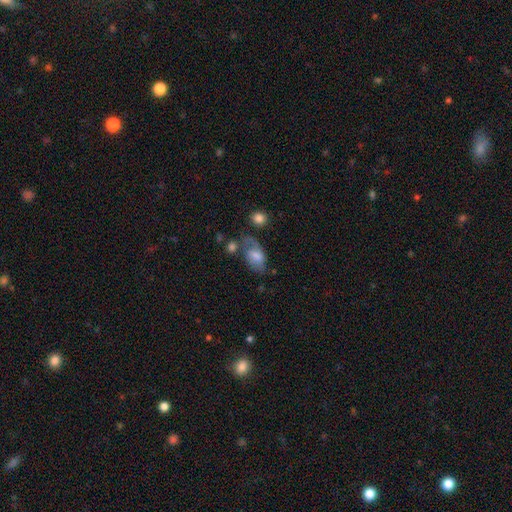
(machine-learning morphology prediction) Smooth or featured?
  - smooth: 58% *
  - featured or disk: 33%
  - star or artifact: 9%
How rounded?
  - in between: 89% *
  - round: 9%
  - cigar-shaped: 2%
Merging?
  - none: 41% *
  - minor disturbance: 26%
  - major disturbance: 20%
  - merger: 14%